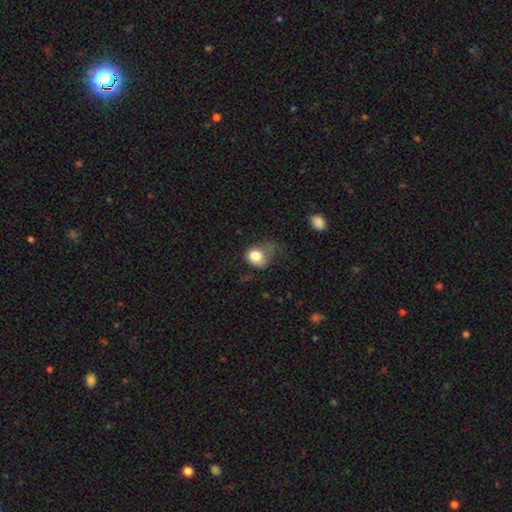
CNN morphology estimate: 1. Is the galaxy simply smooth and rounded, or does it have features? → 80% smooth, 11% featured or disk, 10% star or artifact.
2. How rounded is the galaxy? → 61% round, 38% in between, 1% cigar-shaped.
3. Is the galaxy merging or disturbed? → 36% major disturbance, 35% minor disturbance, 26% none, 3% merger.